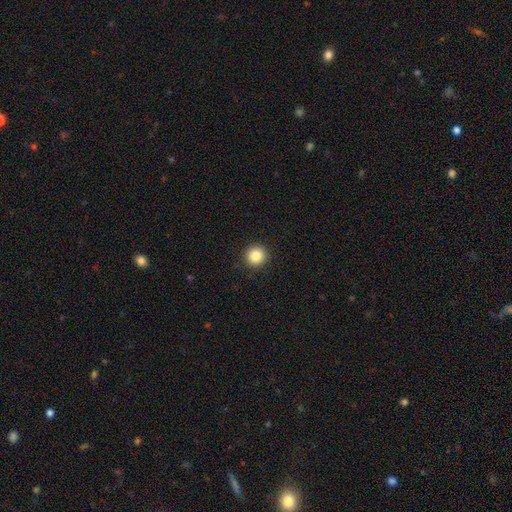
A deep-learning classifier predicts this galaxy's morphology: Smooth or featured? Predicted: smooth (p=0.85). How rounded? Predicted: round (p=0.94). Merging? Predicted: none (p=0.92).